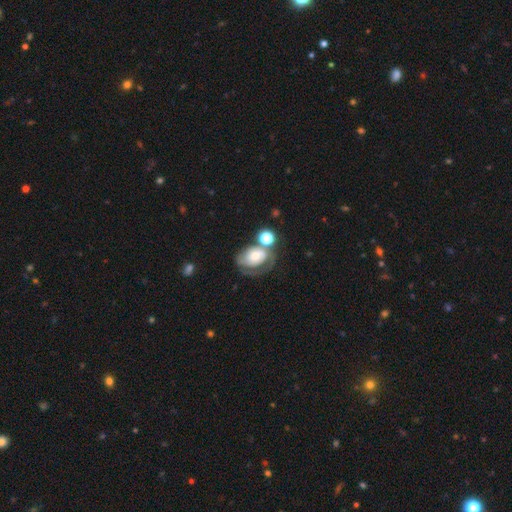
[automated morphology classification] This appears to be a featured or disk galaxy (52%) with no bar (78%), spiral arms (70%) and a moderate central bulge (37%). Merging: none (33%).